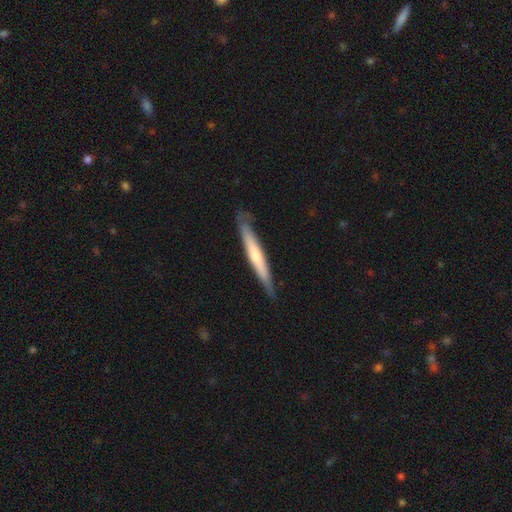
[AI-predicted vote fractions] smooth-or-featured: smooth: 50% | featured or disk: 45% | star or artifact: 5%
  how-rounded: cigar-shaped: 95% | in between: 4% | round: 1%
  merging: none: 84% | minor disturbance: 12% | major disturbance: 2% | merger: 1%